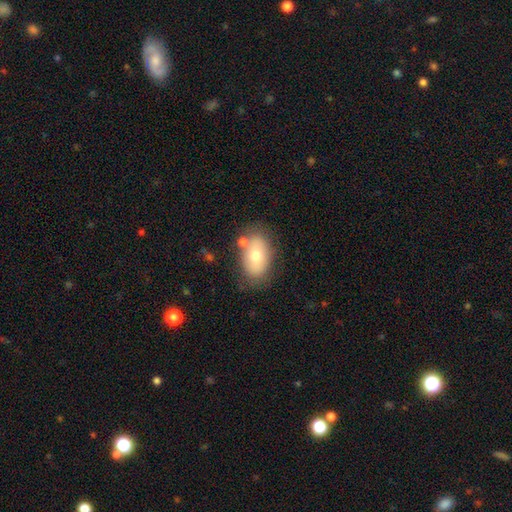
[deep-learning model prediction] smooth-or-featured: smooth: 69% | featured or disk: 24% | star or artifact: 8%
  how-rounded: in between: 89% | round: 9% | cigar-shaped: 2%
  merging: none: 70% | minor disturbance: 17% | merger: 8% | major disturbance: 5%